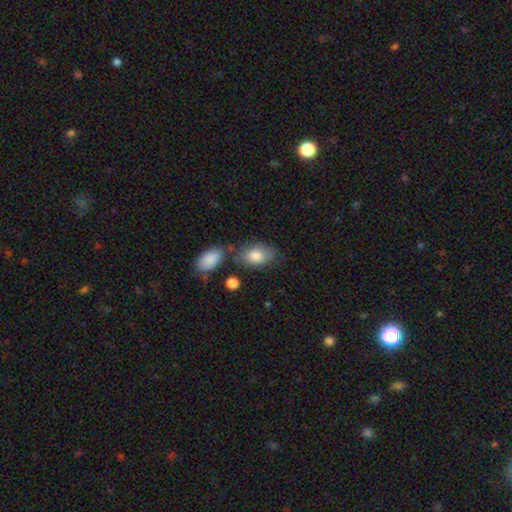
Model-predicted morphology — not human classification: Overall: smooth (80%). How rounded: in between (88%). Merging: none (60%; minor disturbance 22%).